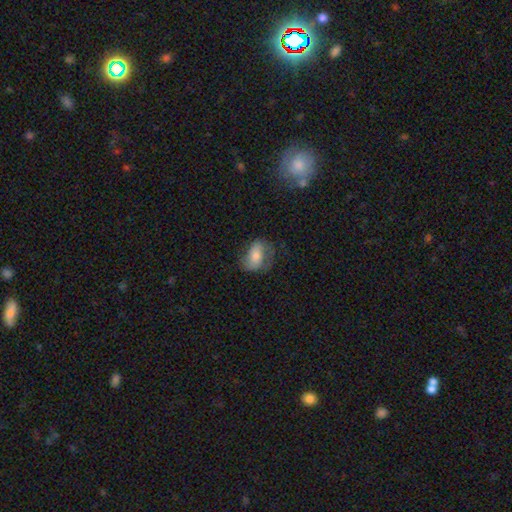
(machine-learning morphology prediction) Q: Smooth or featured?
A: smooth (52%); runner-up: featured or disk (39%)
Q: How rounded?
A: in between (80%); runner-up: round (18%)
Q: Merging?
A: none (59%); runner-up: minor disturbance (25%)